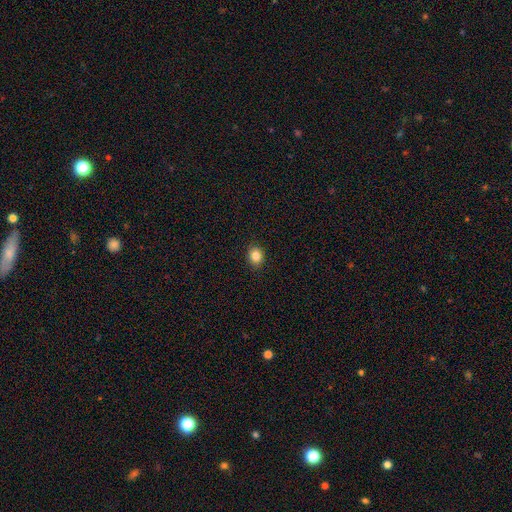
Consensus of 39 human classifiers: A smooth galaxy with no disk features (87%) that is round (65%). Merging: none (86%).